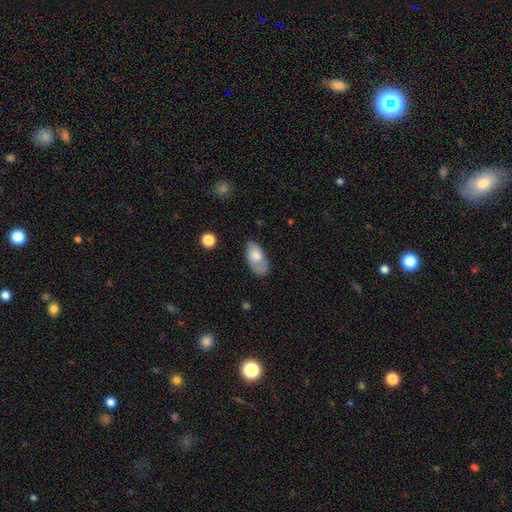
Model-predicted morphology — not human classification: type=smooth (73%); roundness=in between (93%); merging=none (55%).